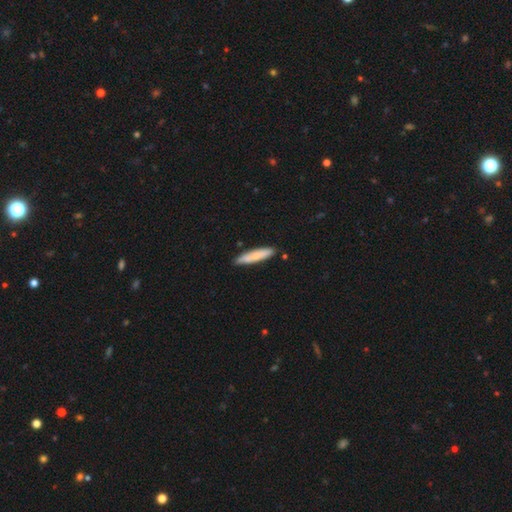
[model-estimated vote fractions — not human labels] This is likely a smooth galaxy (74%). How rounded: clearly cigar-shaped (86%). Merging: clearly none (83%).